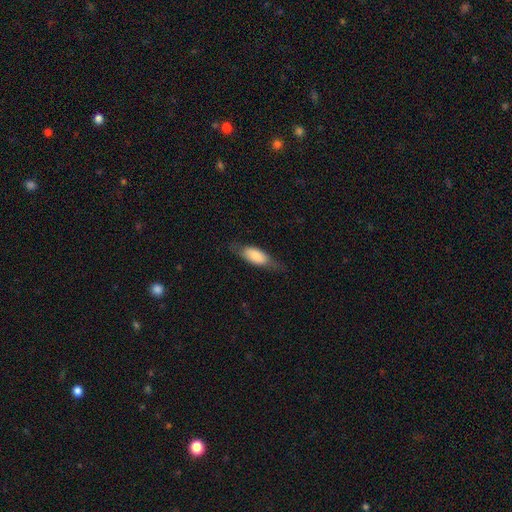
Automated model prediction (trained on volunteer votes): Overall: smooth (71%). How rounded: in between (73%). Merging: none (68%).